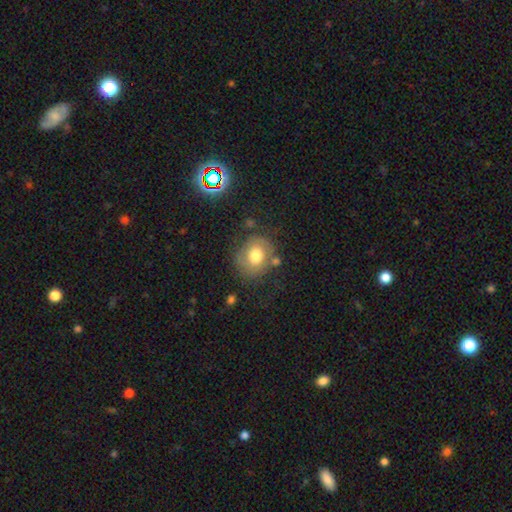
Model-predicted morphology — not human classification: Overall: smooth (57%; featured or disk 34%). How rounded: round (72%). Merging: none (66%).